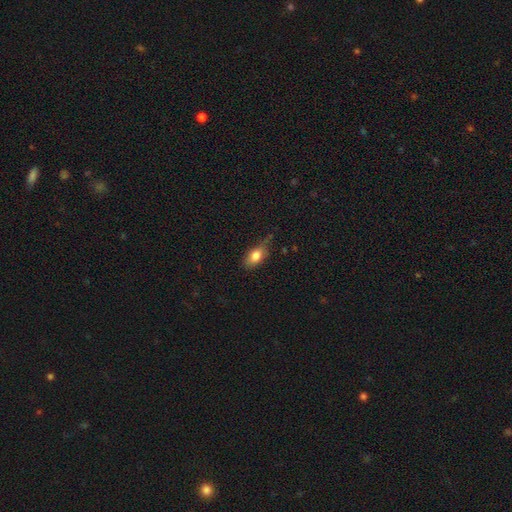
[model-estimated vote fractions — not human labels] This is likely a smooth galaxy (80%). How rounded: clearly in between (82%). Merging: possibly none (55%).